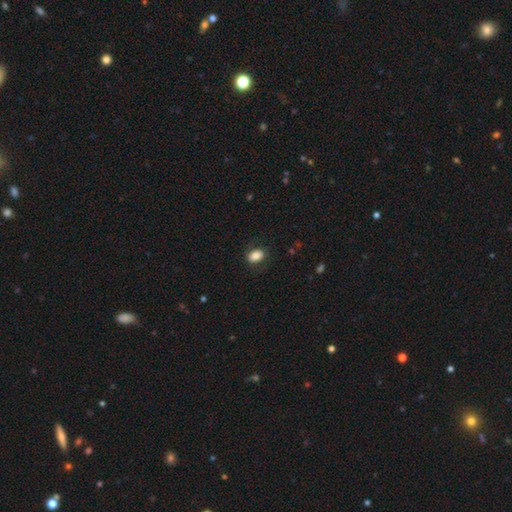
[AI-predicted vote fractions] smooth_or_featured: smooth (p=0.85) [alt: star or artifact p=0.08]
how_rounded: in between (p=0.81) [alt: round p=0.17]
merging: none (p=0.82) [alt: minor disturbance p=0.13]